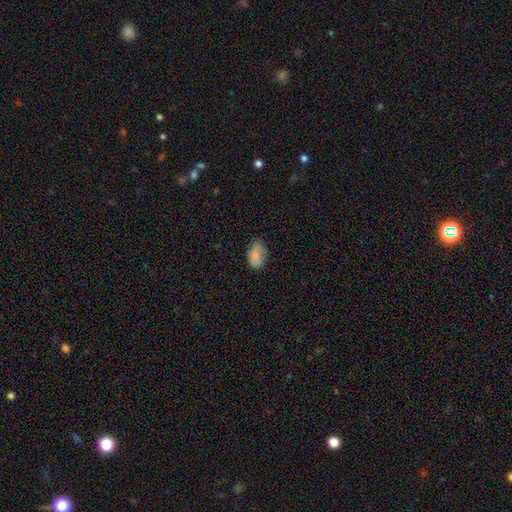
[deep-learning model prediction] Smooth or featured?
  - smooth: 83% *
  - featured or disk: 9%
  - star or artifact: 8%
How rounded?
  - in between: 92% *
  - round: 7%
  - cigar-shaped: 2%
Merging?
  - none: 65% *
  - minor disturbance: 28%
  - major disturbance: 6%
  - merger: 1%